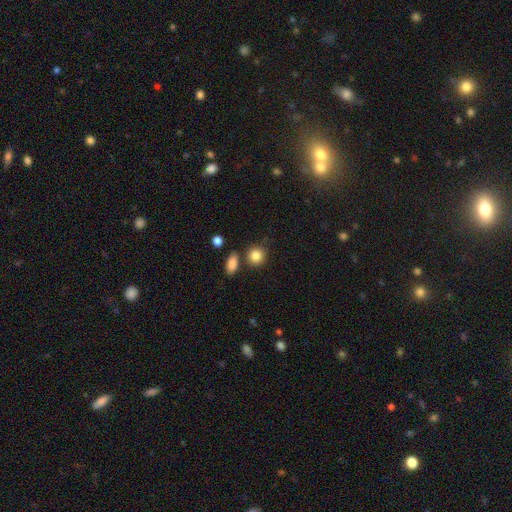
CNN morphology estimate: Smooth or featured? Predicted: smooth (p=0.86). How rounded? Predicted: round (p=0.80). Merging? Predicted: none (p=0.75).